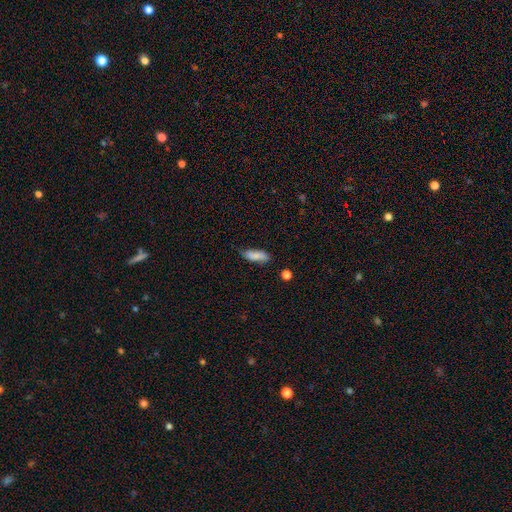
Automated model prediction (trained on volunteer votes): This appears to be a smooth galaxy with no disk features (76%) that is in between round and cigar-shaped (67%). Merging: none (63%).